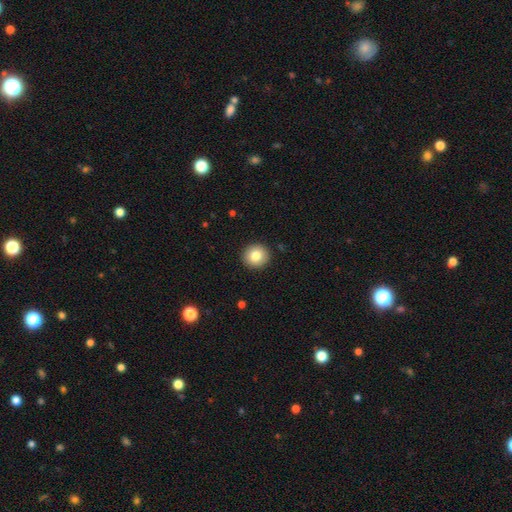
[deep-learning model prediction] smooth_or_featured: smooth (p=0.82) [alt: featured or disk p=0.09]
how_rounded: round (p=0.91) [alt: in between p=0.08]
merging: none (p=0.92) [alt: minor disturbance p=0.05]